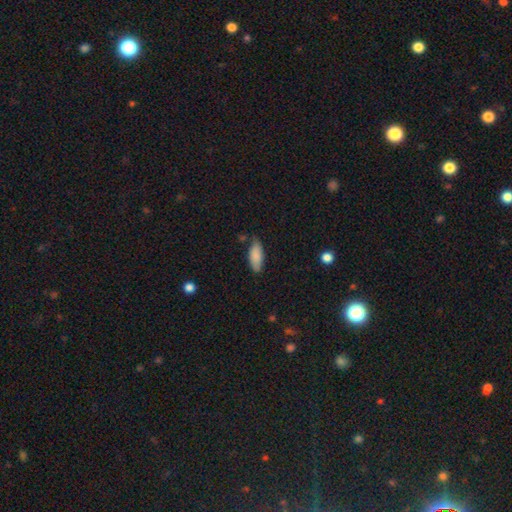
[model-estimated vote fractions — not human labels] A smooth galaxy with no disk features (85%) that is in between round and cigar-shaped (80%). Merging: none (70%).